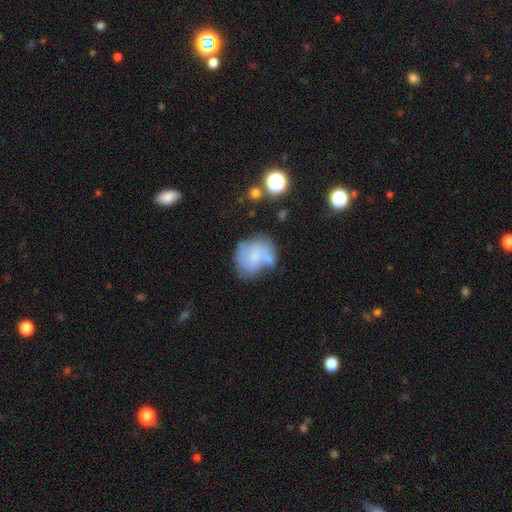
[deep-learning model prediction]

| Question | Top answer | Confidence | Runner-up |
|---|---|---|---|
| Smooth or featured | smooth | 50% | featured or disk (39%) |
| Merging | none | 36% | minor disturbance (25%) |